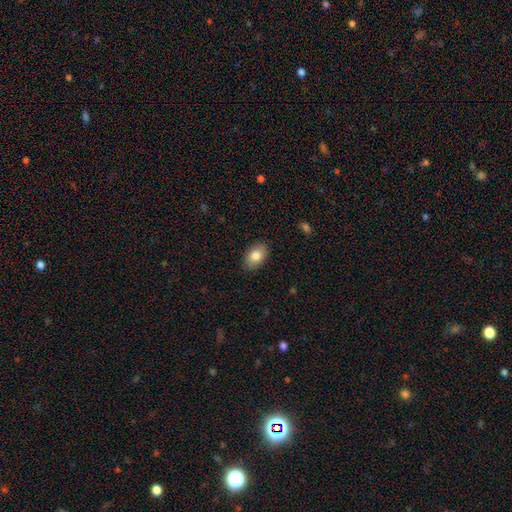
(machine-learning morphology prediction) smooth 82%, featured or disk 10%, star or artifact 7%. Down the decision tree: how rounded — in between (87%); merging — none (88%).